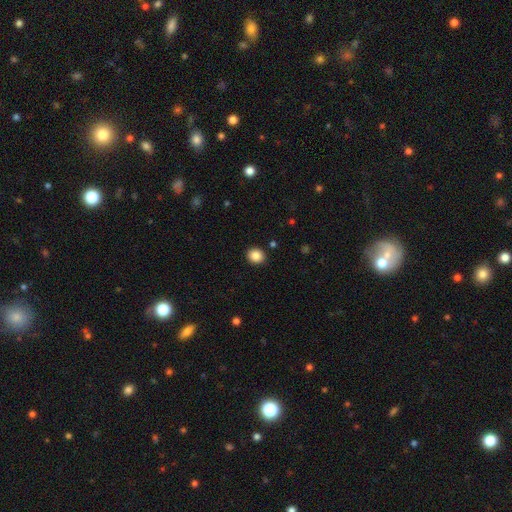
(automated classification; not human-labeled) Overall: smooth (87%). How rounded: round (79%). Merging: none (91%).